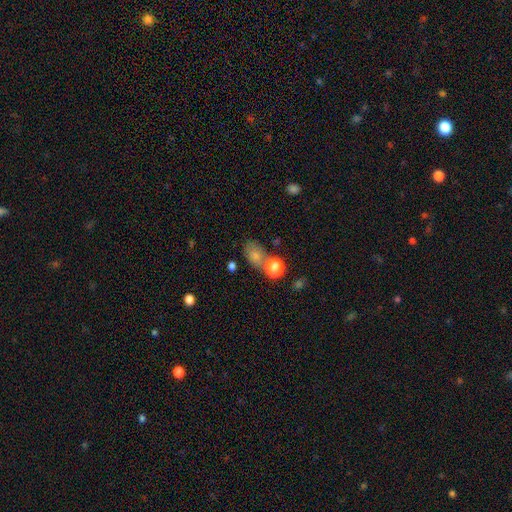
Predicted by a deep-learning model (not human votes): smooth-or-featured: smooth: 74% | star or artifact: 14% | featured or disk: 12%
  how-rounded: in between: 71% | round: 27% | cigar-shaped: 2%
  merging: none: 52% | merger: 23% | minor disturbance: 17% | major disturbance: 8%